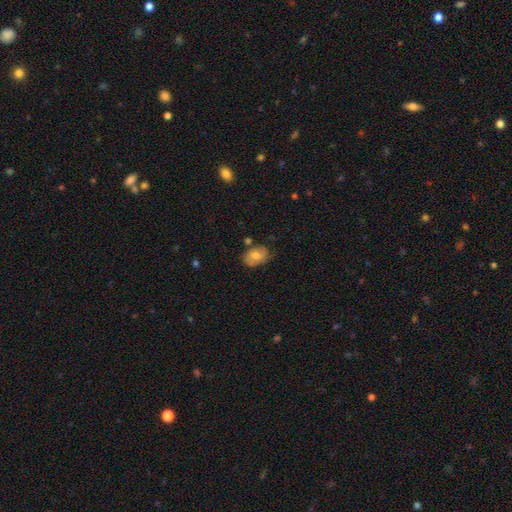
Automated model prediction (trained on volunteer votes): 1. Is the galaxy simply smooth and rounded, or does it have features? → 62% smooth, 30% featured or disk, 8% star or artifact.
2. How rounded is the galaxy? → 83% in between, 16% round, 1% cigar-shaped.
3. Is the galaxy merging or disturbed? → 65% none, 23% minor disturbance, 6% major disturbance, 5% merger.